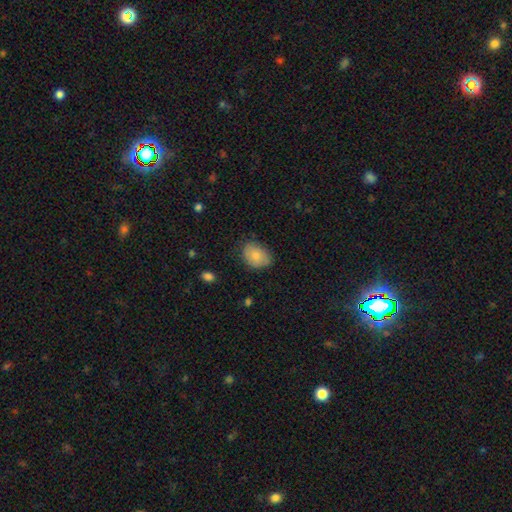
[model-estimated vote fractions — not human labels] Morphology: type=smooth (80%); roundness=in between (69%); merging=none (72%).